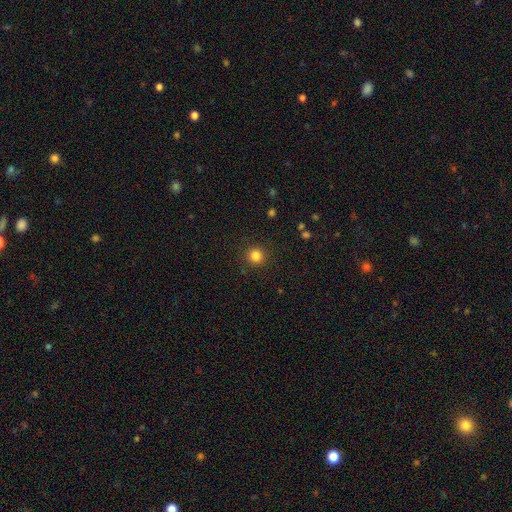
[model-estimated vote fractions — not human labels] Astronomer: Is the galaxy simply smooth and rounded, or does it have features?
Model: smooth — 83%.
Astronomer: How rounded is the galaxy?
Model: round — 95%.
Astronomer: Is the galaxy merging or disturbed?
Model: none — 91%.